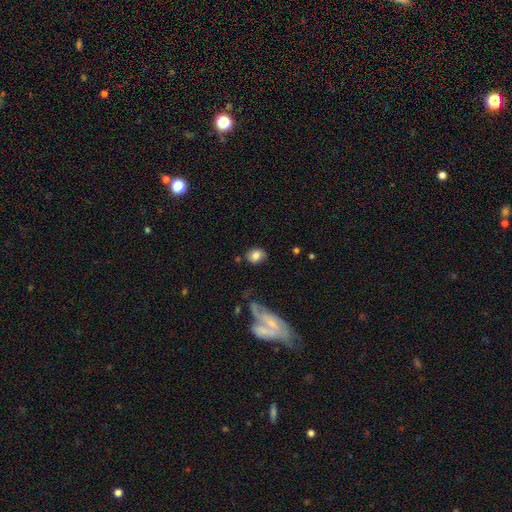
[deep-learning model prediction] Smooth or featured?
  - smooth: 76% *
  - featured or disk: 15%
  - star or artifact: 8%
How rounded?
  - in between: 56% *
  - round: 43%
  - cigar-shaped: 2%
Merging?
  - none: 72% *
  - minor disturbance: 17%
  - major disturbance: 6%
  - merger: 4%